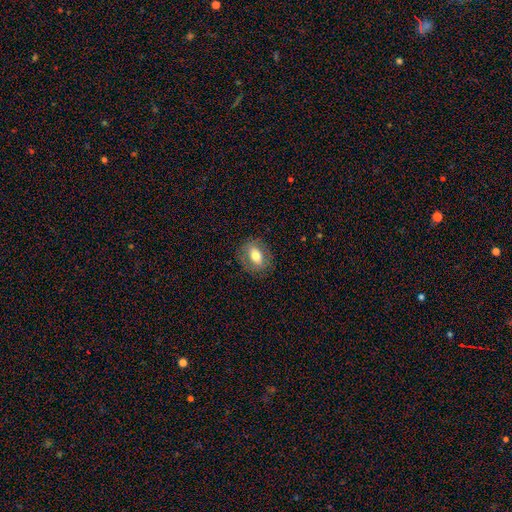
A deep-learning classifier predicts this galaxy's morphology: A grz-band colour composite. It shows a smooth galaxy with no disk features (64%) that is in between round and cigar-shaped (69%). Merging: none (81%).